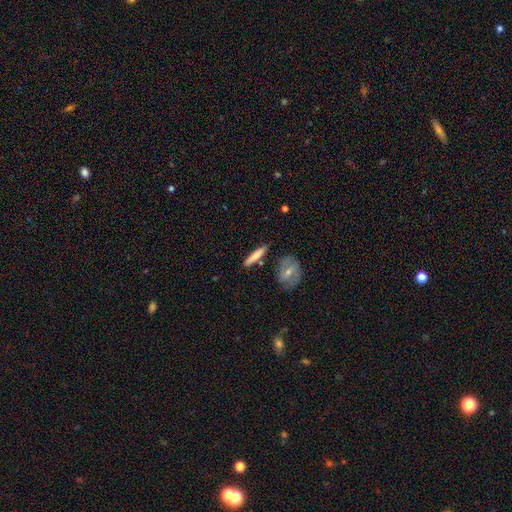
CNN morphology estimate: A smooth galaxy with no disk features (68%) that is cigar-shaped (85%).

Vote fractions:
- Smooth or featured? smooth: 68% / featured or disk: 26% / star or artifact: 6%
- How rounded? cigar-shaped: 85% / in between: 12% / round: 3%
- Merging? none: 81% / minor disturbance: 11% / merger: 6% / major disturbance: 3%